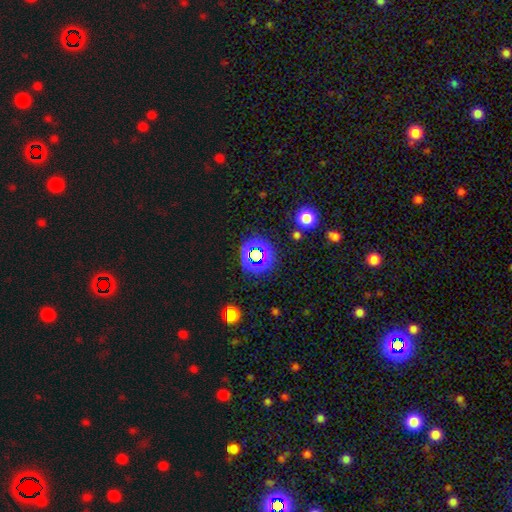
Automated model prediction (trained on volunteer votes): A star or artifact, not a galaxy (55%).